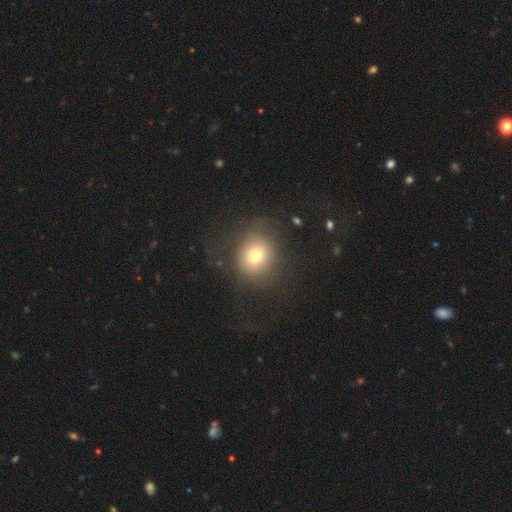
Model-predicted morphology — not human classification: smooth 71%, star or artifact 15%, featured or disk 14%. Down the decision tree: how rounded — round (80%); merging — none (68%).